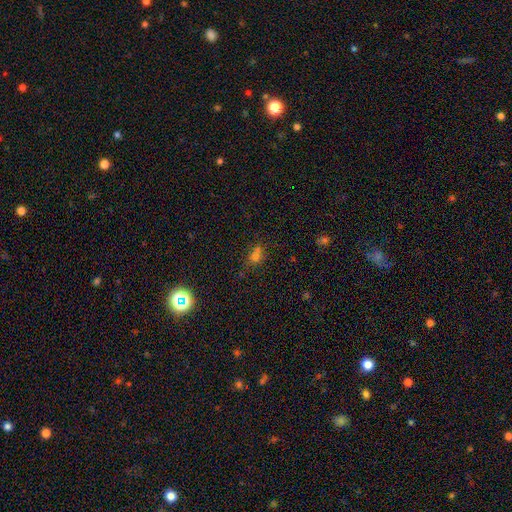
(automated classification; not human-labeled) smooth_or_featured: smooth (p=0.62) [alt: star or artifact p=0.28]
how_rounded: round (p=0.48) [tied with: in between p=0.48]
merging: none (p=0.54) [alt: merger p=0.22]